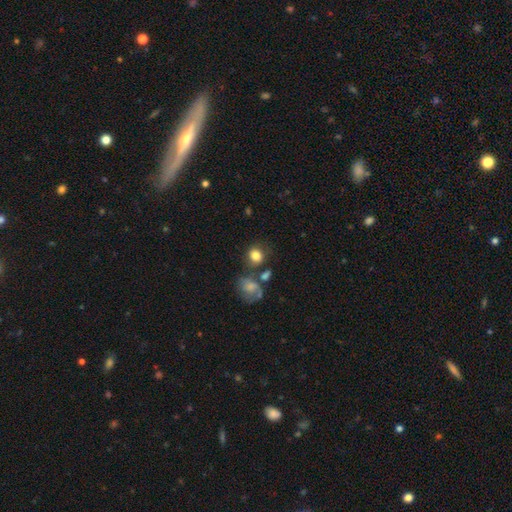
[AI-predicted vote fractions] A smooth galaxy with no disk features (79%) that is round (72%).

Vote fractions:
- Smooth or featured? smooth: 79% / featured or disk: 11% / star or artifact: 10%
- How rounded? round: 72% / in between: 27% / cigar-shaped: 1%
- Merging? none: 60% / merger: 16% / minor disturbance: 15% / major disturbance: 8%